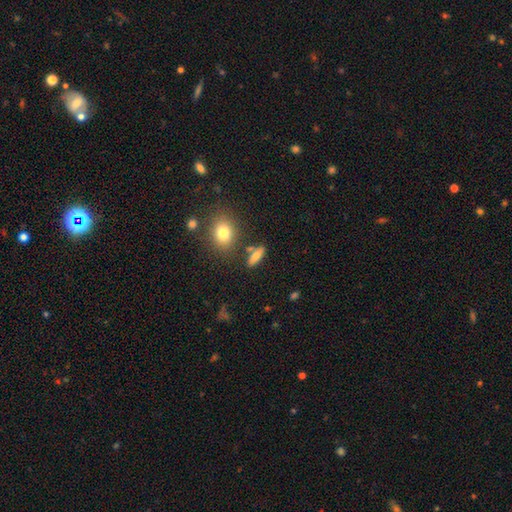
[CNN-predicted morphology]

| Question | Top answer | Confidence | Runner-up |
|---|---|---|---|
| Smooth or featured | smooth | 69% | featured or disk (21%) |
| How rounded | in between | 54% | cigar-shaped (37%) |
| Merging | none | 77% | minor disturbance (12%) |